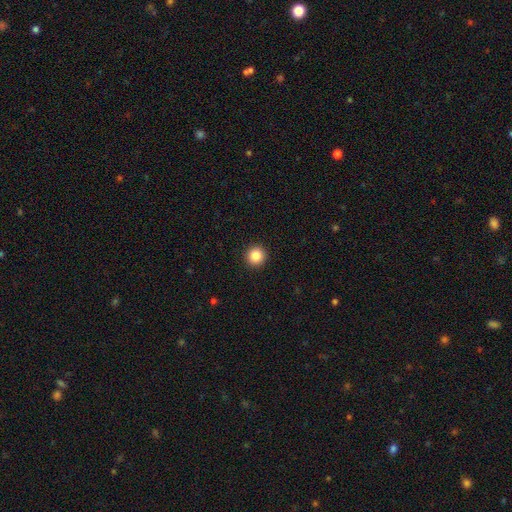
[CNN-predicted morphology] type=smooth (86%); roundness=round (96%); merging=none (94%).